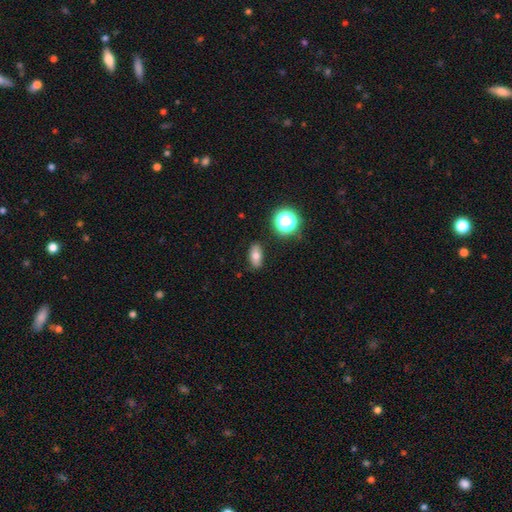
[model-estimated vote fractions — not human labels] smooth 71%, featured or disk 16%, star or artifact 13%. Down the decision tree: how rounded — in between (85%); merging — none (86%).